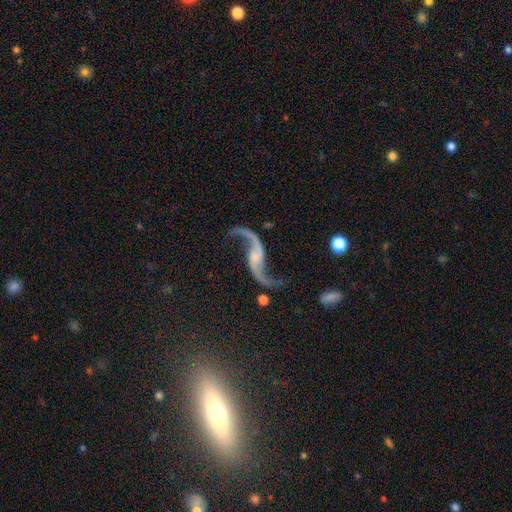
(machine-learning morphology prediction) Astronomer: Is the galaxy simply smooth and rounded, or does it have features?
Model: featured or disk — 91%.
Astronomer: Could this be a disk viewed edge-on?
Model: no — 96%.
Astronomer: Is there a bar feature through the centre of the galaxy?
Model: no — 56% (runner-up: weak, 32%).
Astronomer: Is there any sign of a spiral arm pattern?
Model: yes — 97%.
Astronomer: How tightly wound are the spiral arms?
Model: loose — 94%.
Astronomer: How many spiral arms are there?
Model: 2 — 94%.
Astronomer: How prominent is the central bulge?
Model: none — 41% (runner-up: small, 33%).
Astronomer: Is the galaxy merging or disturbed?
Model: none — 74%.